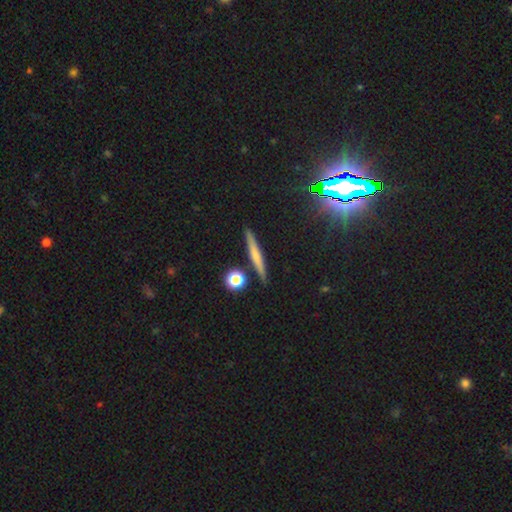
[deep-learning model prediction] Smooth or featured? smooth (53%)
How rounded? cigar-shaped (89%)
Merging? none (88%)